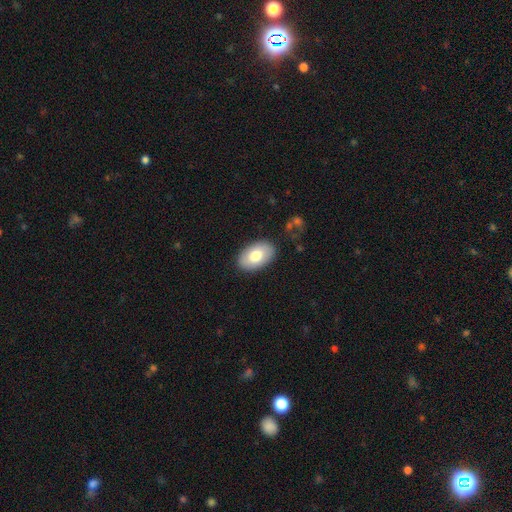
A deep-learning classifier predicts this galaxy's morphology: This appears to be a smooth galaxy with no disk features (75%) that is in between round and cigar-shaped (92%). Merging: none (87%).